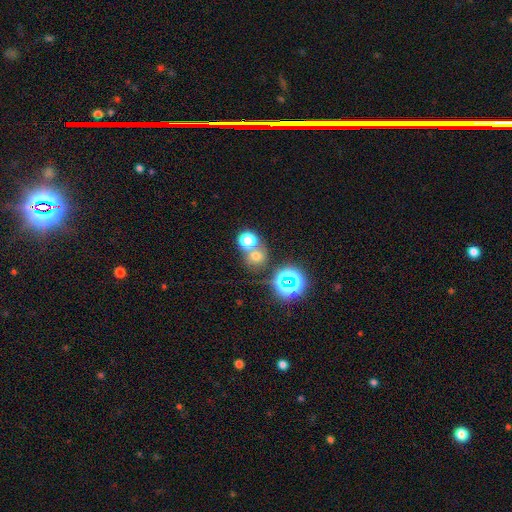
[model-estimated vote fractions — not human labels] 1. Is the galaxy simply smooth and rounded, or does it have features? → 58% smooth, 31% star or artifact, 11% featured or disk.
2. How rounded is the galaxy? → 82% round, 16% in between, 1% cigar-shaped.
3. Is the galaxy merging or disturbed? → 58% none, 29% merger, 9% minor disturbance, 4% major disturbance.